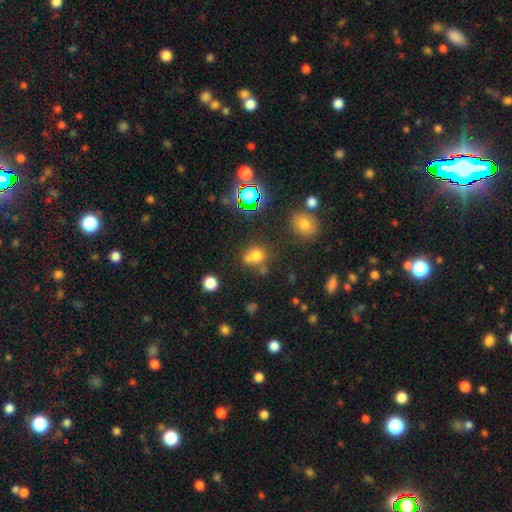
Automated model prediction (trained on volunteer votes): A smooth galaxy with no disk features (68%) that is round (75%). Merging: none (52%).